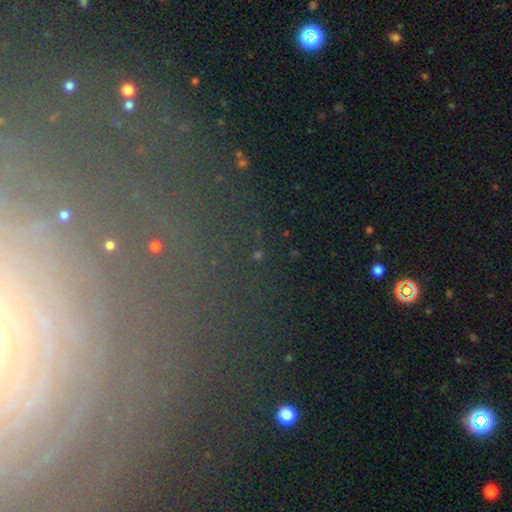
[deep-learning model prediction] The model was most divided on "smooth or featured": star or artifact: 63%, featured or disk: 19%, smooth: 18%.